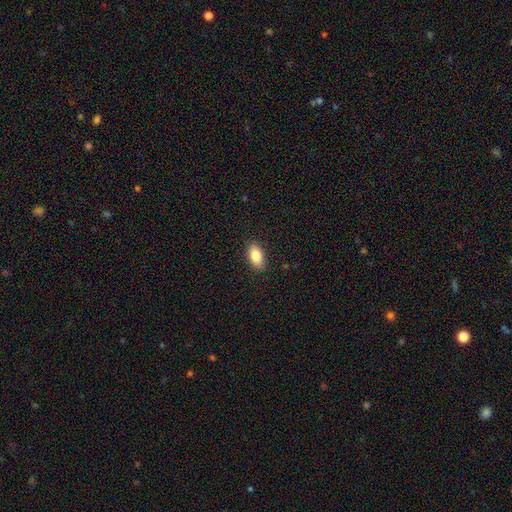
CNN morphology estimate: A smooth galaxy with no disk features (86%) that is in between round and cigar-shaped (92%). Merging: none (88%).